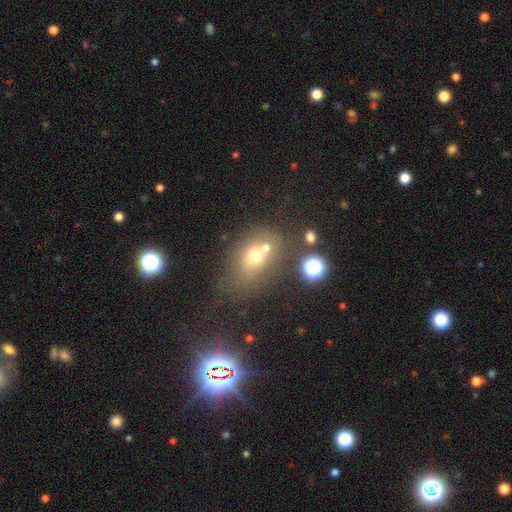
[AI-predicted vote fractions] The model was most divided on "merging": none: 40%, merger: 36%, minor disturbance: 14%, major disturbance: 10%. More confident: smooth or featured — smooth (62%); how rounded — in between (52%).